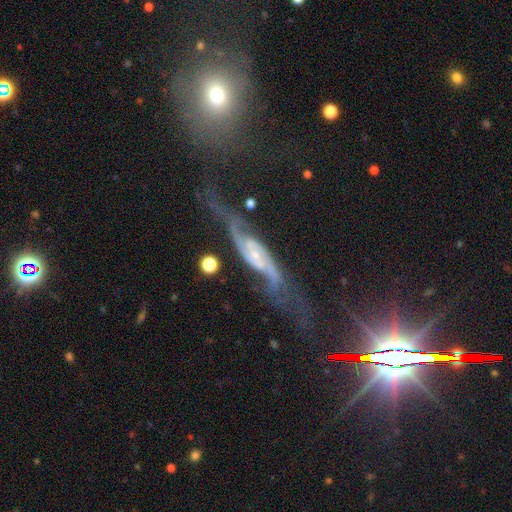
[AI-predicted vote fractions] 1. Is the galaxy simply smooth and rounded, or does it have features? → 85% featured or disk, 9% star or artifact, 7% smooth.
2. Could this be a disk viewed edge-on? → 83% no, 17% yes.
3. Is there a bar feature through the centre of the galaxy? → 48% no, 35% weak, 17% strong.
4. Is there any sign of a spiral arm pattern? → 95% yes, 5% no.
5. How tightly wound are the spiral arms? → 41% loose, 40% medium, 19% tight.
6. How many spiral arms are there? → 87% 2, 6% can't tell, 2% 3, 2% 1, 2% 4, 1% more than 4.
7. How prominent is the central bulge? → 69% small, 23% moderate, 4% none, 2% large, 1% dominant.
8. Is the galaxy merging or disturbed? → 51% none, 23% major disturbance, 20% minor disturbance, 6% merger.